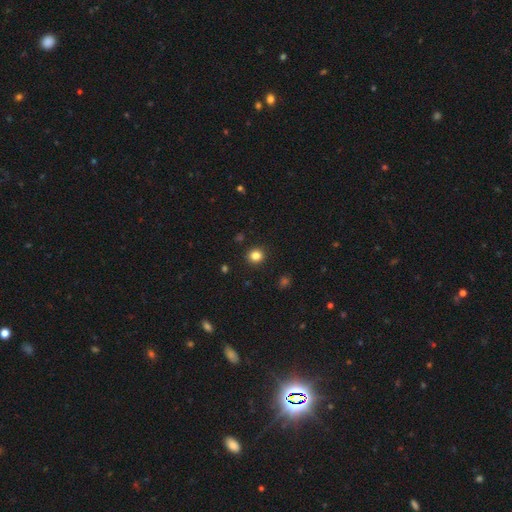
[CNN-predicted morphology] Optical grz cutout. It shows a smooth galaxy with no disk features (83%) that is round (88%). Merging: none (92%).